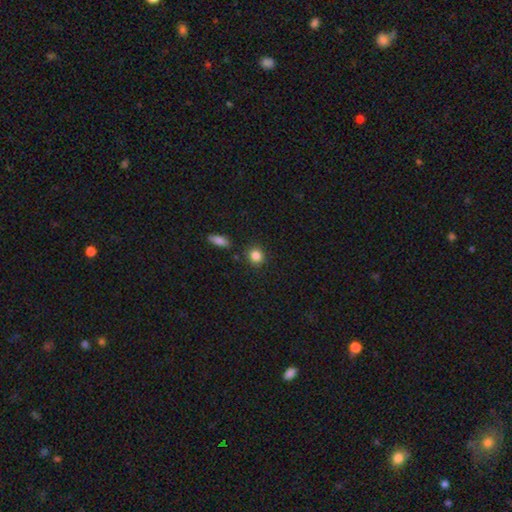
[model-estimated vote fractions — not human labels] Q: Smooth or featured?
A: smooth (86%); runner-up: star or artifact (10%)
Q: How rounded?
A: round (80%); runner-up: in between (19%)
Q: Merging?
A: none (85%); runner-up: minor disturbance (9%)